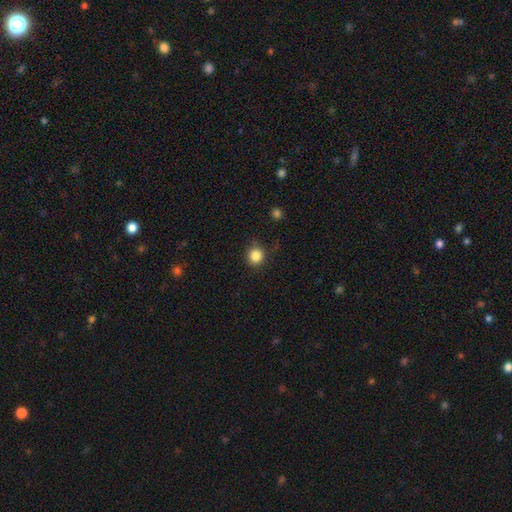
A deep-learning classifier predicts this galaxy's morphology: This appears to be a smooth galaxy with no disk features (85%) that is round (90%). Merging: none (82%).